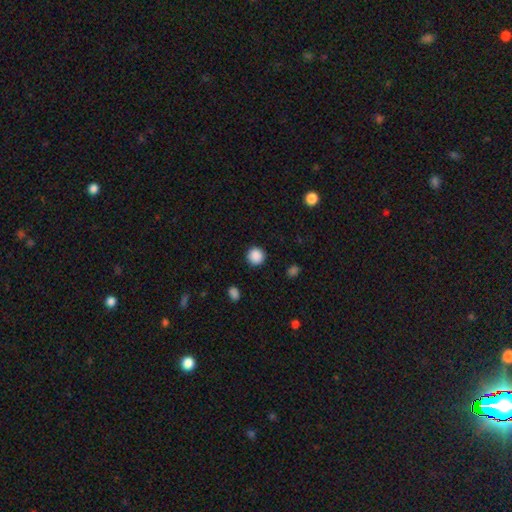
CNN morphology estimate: Smooth or featured?
  - smooth: 88% *
  - star or artifact: 9%
  - featured or disk: 2%
How rounded?
  - round: 94% *
  - in between: 5%
  - cigar-shaped: 1%
Merging?
  - none: 91% *
  - minor disturbance: 5%
  - major disturbance: 2%
  - merger: 1%